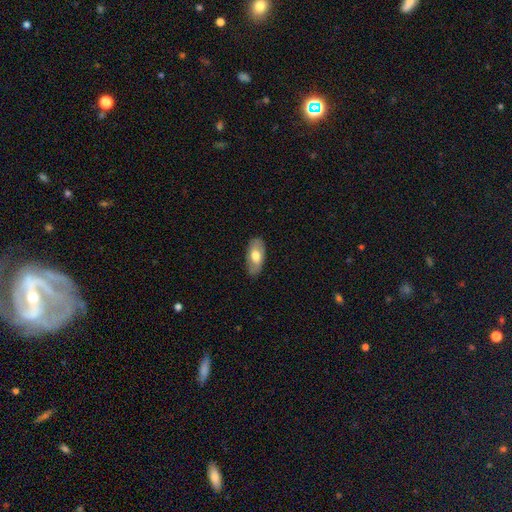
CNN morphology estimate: A smooth galaxy with no disk features (64%) that is in between round and cigar-shaped (92%).

Vote fractions:
- Smooth or featured? smooth: 64% / featured or disk: 31% / star or artifact: 6%
- How rounded? in between: 92% / cigar-shaped: 5% / round: 3%
- Merging? none: 83% / minor disturbance: 13% / major disturbance: 3% / merger: 1%